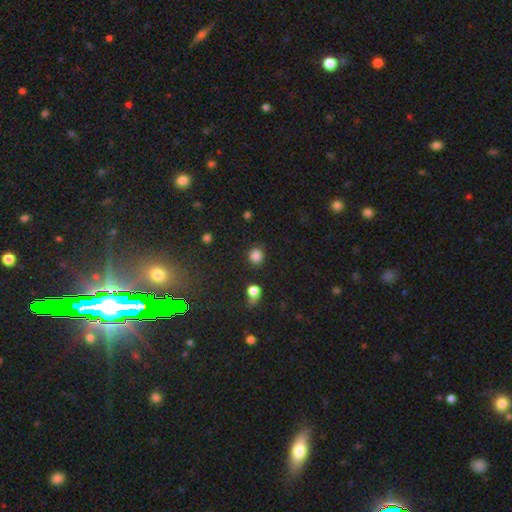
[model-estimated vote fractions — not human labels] Smooth or featured? Predicted: smooth (p=0.83). How rounded? Predicted: round (p=0.86). Merging? Predicted: none (p=0.82).